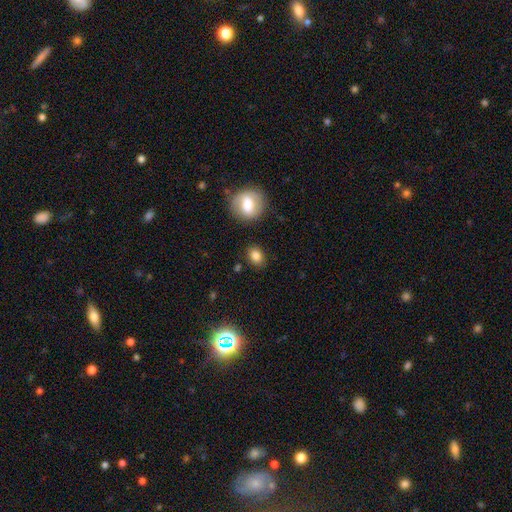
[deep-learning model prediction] smooth-or-featured: smooth: 84% | star or artifact: 9% | featured or disk: 7%
  how-rounded: in between: 61% | round: 38% | cigar-shaped: 1%
  merging: none: 83% | minor disturbance: 11% | merger: 3% | major disturbance: 3%